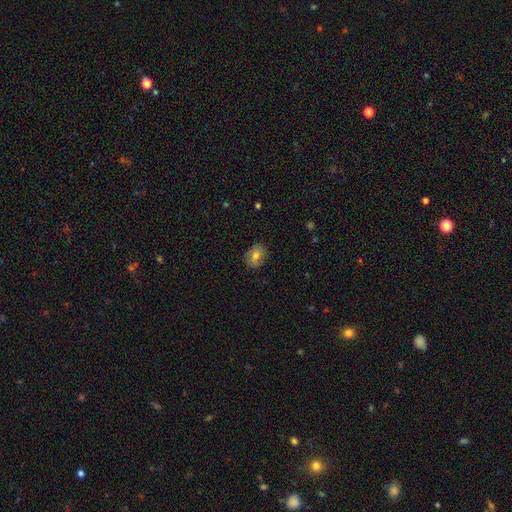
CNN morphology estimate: A smooth galaxy with no disk features (67%) that is in between round and cigar-shaped (61%). Merging: none (81%).